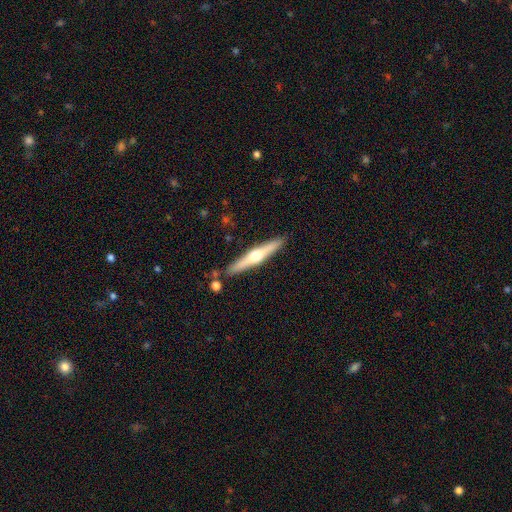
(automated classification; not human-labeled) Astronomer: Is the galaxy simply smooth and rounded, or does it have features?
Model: featured or disk — 65%.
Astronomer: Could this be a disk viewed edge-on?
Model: yes — 97%.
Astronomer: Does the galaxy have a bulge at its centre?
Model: rounded — 93%.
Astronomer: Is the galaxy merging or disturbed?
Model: none — 87%.